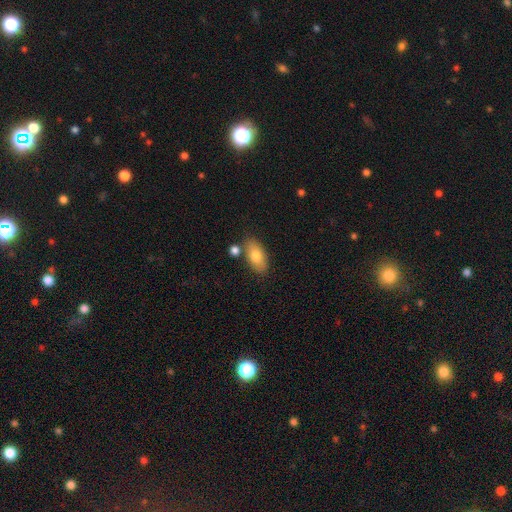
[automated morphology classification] Smooth or featured? Predicted: smooth (p=0.77). How rounded? Predicted: in between (p=0.90). Merging? Predicted: none (p=0.74).